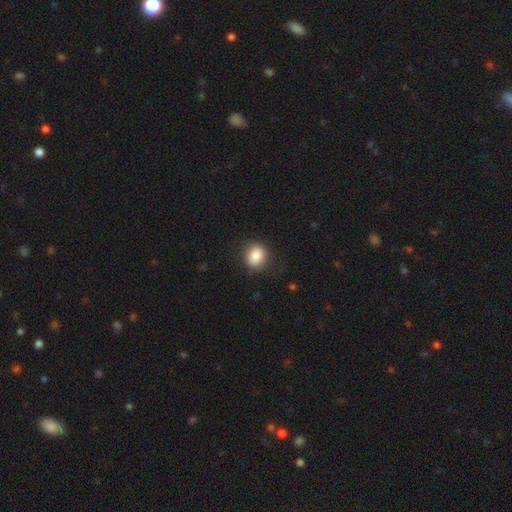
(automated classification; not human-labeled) Morphology: type=smooth (85%); roundness=round (65%); merging=none (82%).